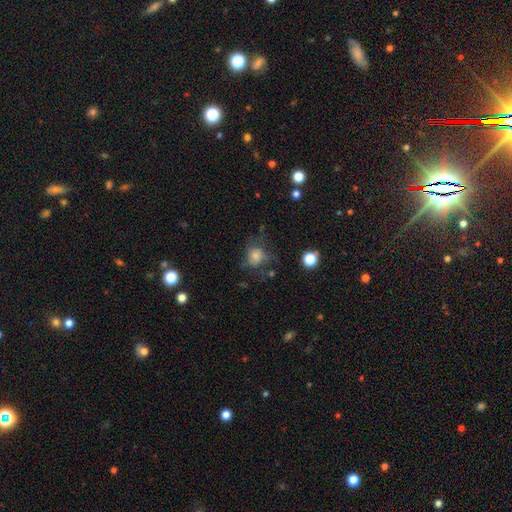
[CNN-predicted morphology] smooth 55%, featured or disk 29%, star or artifact 16%. Down the decision tree: how rounded — round (71%); merging — none (47%).